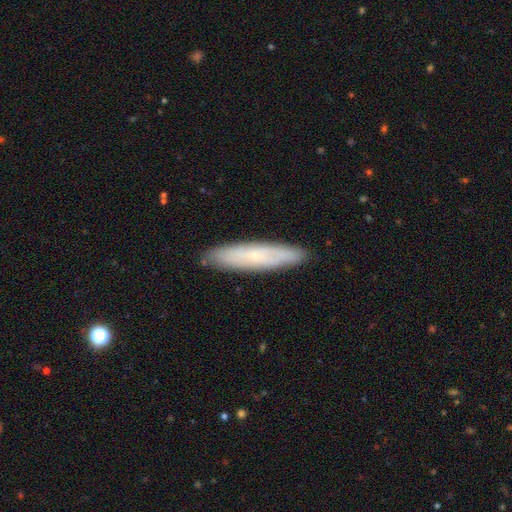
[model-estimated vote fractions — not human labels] A smooth galaxy with no disk features (51%) that is cigar-shaped (83%).

Vote fractions:
- Smooth or featured? smooth: 51% / featured or disk: 41% / star or artifact: 7%
- How rounded? cigar-shaped: 83% / in between: 15% / round: 2%
- Merging? none: 89% / minor disturbance: 9% / major disturbance: 2% / merger: 1%